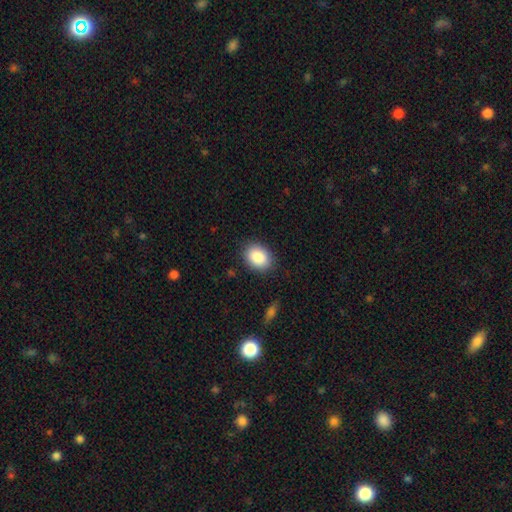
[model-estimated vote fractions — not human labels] Smooth or featured? Predicted: smooth (p=0.88). How rounded? Predicted: in between (p=0.68). Merging? Predicted: none (p=0.86).